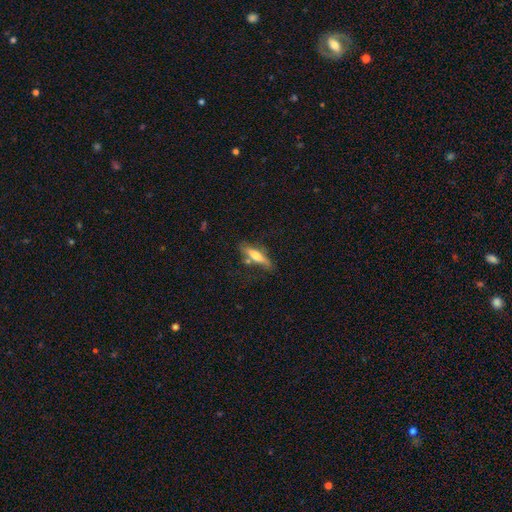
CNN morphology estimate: smooth-or-featured: smooth: 48% | featured or disk: 46% | star or artifact: 7%
  merging: none: 70% | minor disturbance: 18% | merger: 7% | major disturbance: 5%